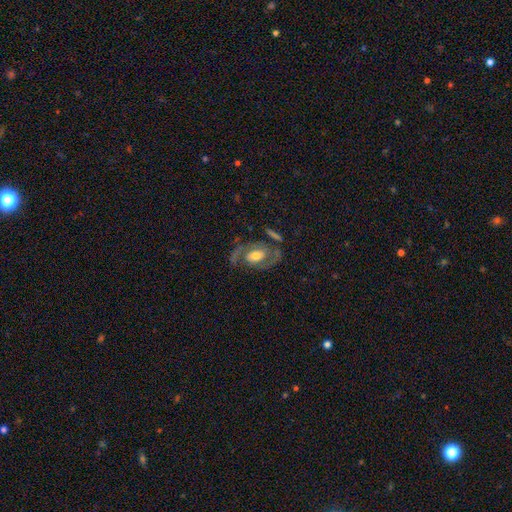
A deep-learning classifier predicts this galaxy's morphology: smooth-or-featured: featured or disk: 80% | smooth: 14% | star or artifact: 6%
  disk-edge-on: no: 95% | yes: 5%
    bar: no: 52% | weak: 34% | strong: 14%
    has-spiral-arms: yes: 88% | no: 12%
      spiral-winding: medium: 51% | tight: 27% | loose: 22%
      spiral-arm-count: 2: 85% | can't tell: 6% | 1: 6% | 3: 2% | 4: 1% | more than 4: 1%
    bulge-size: moderate: 62% | small: 18% | large: 17% | dominant: 2% | none: 2%
  merging: none: 63% | minor disturbance: 17% | major disturbance: 15% | merger: 5%